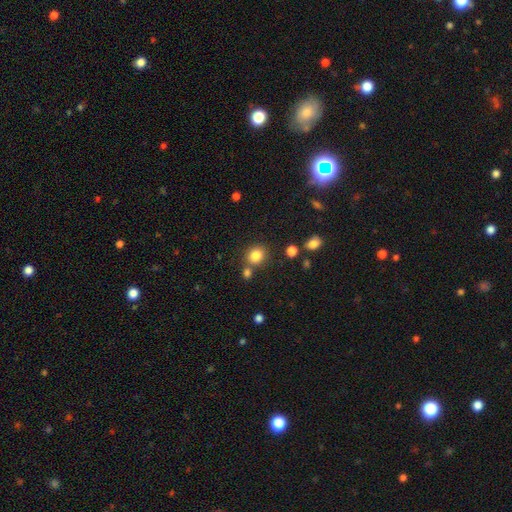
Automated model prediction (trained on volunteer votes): The model was most divided on "how rounded": round: 74%, in between: 25%, cigar-shaped: 1%. More confident: smooth or featured — smooth (83%); merging — none (72%).